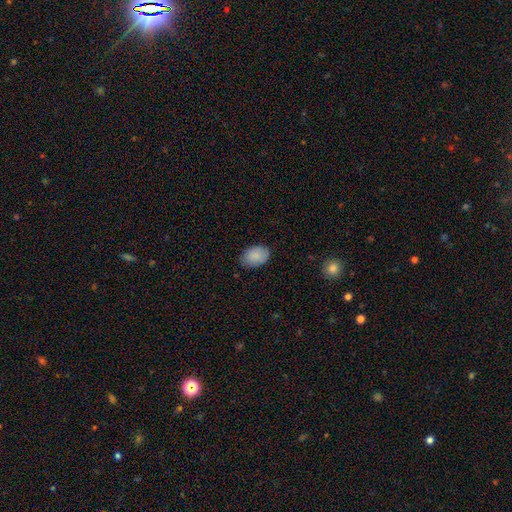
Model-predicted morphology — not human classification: smooth_or_featured: smooth (p=0.87) [alt: star or artifact p=0.07]
how_rounded: in between (p=0.84) [alt: round p=0.15]
merging: none (p=0.81) [alt: minor disturbance p=0.16]